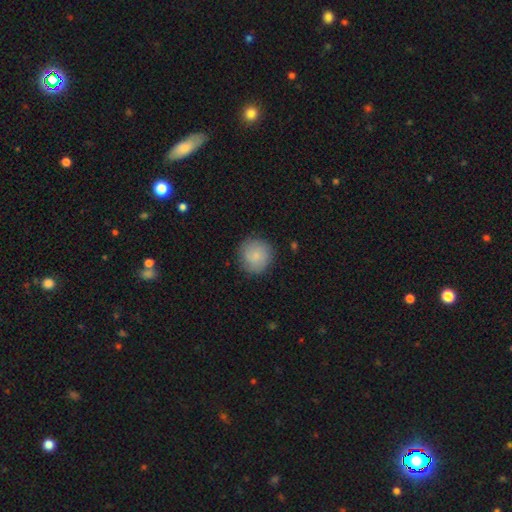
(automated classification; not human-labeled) Smooth or featured? Predicted: smooth (p=0.82). How rounded? Predicted: round (p=0.94). Merging? Predicted: none (p=0.85).